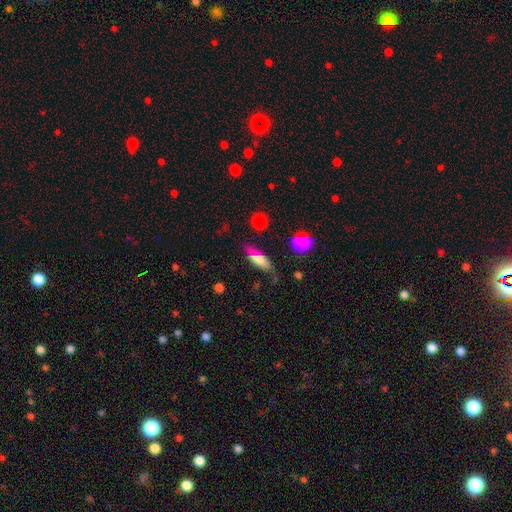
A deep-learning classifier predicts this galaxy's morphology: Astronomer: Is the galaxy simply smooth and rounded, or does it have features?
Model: smooth — 66%.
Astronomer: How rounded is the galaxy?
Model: cigar-shaped — 51% (runner-up: in between, 46%).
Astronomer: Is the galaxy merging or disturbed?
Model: none — 73%.